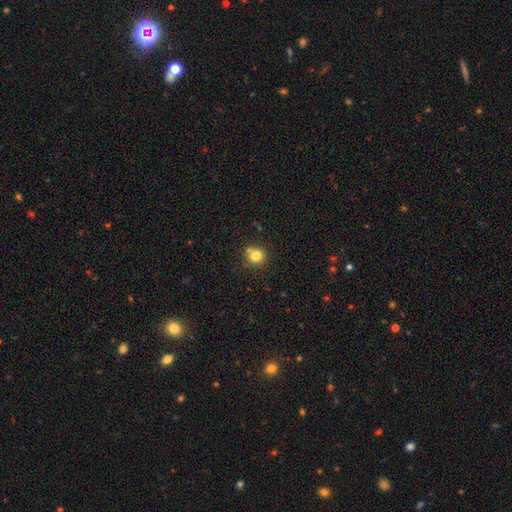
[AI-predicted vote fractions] Smooth or featured: smooth — 79% (star or artifact — 12%)
How rounded: round — 91% (in between — 8%)
Merging: none — 72% (merger — 15%)